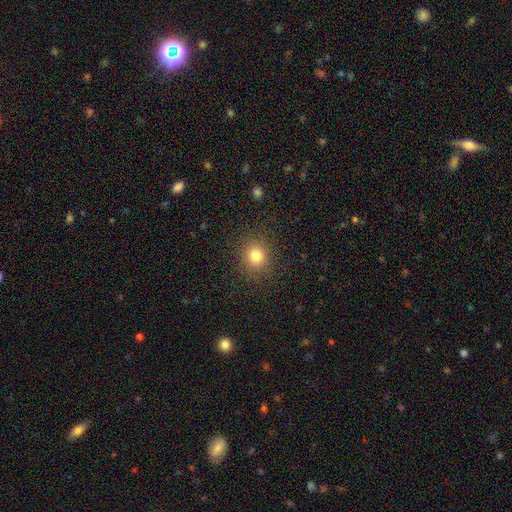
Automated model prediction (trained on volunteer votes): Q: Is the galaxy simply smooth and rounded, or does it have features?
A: smooth — 81%.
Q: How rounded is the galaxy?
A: round — 85%.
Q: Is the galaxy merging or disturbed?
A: none — 88%.